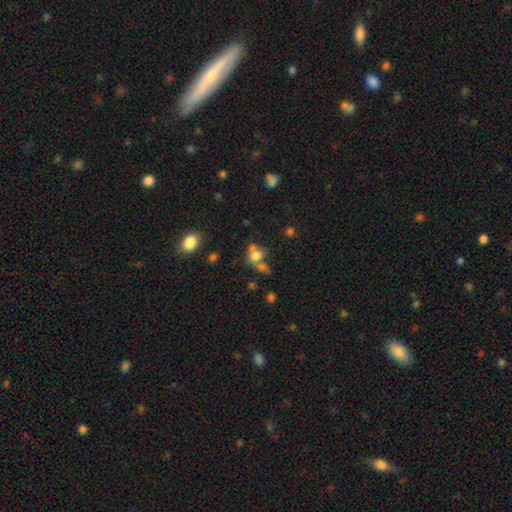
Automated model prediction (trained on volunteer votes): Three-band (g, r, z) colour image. It shows a smooth galaxy with no disk features (69%) that is in between round and cigar-shaped (50%). Merging: merger (41%).